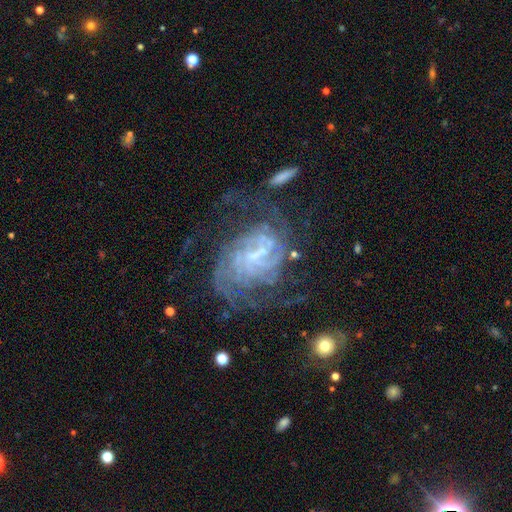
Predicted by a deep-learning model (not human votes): smooth_or_featured: featured or disk (p=0.83) [alt: star or artifact p=0.09]
disk_edge_on: no (p=0.97) [alt: yes p=0.03]
bar: weak (p=0.49) [alt: no p=0.34]
has_spiral_arms: yes (p=0.92) [alt: no p=0.08]
spiral_winding: tight (p=0.57) [alt: medium p=0.32]
spiral_arm_count: can't tell (p=0.41) [alt: 2 p=0.16]
bulge_size: small (p=0.58) [alt: none p=0.22]
merging: none (p=0.49) [alt: major disturbance p=0.27]